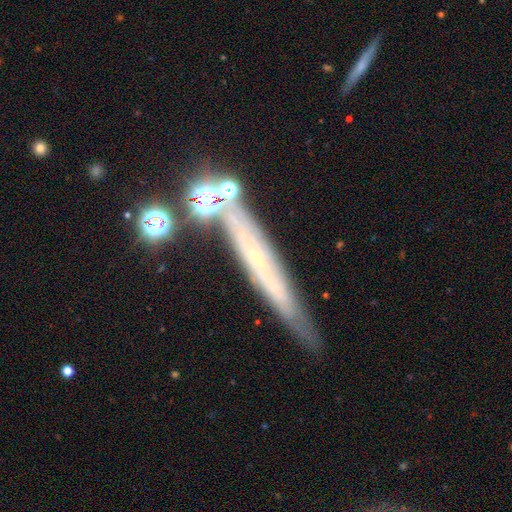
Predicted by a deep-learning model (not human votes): This appears to be a featured or disk galaxy (54%) viewed edge-on (79%). Merging: none (72%).